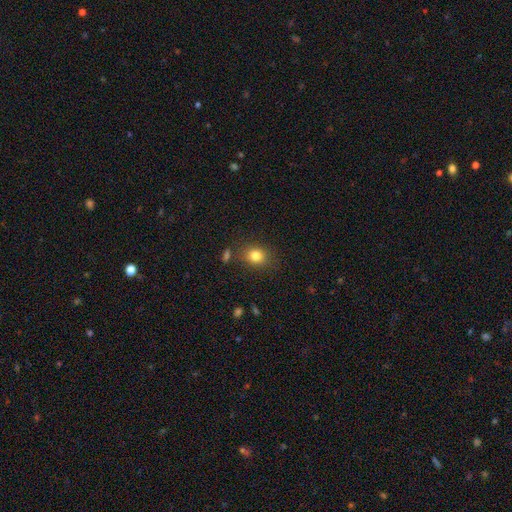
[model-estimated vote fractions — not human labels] Smooth or featured? smooth (81%)
How rounded? round (54%)
Merging? none (80%)